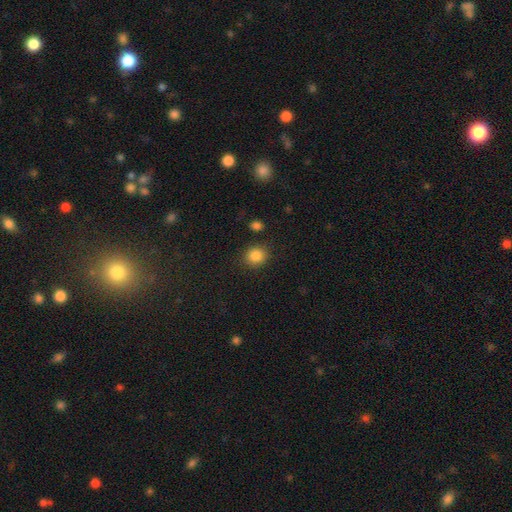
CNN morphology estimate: smooth-or-featured: smooth: 85% | star or artifact: 10% | featured or disk: 4%
  how-rounded: round: 78% | in between: 21% | cigar-shaped: 1%
  merging: none: 86% | minor disturbance: 9% | major disturbance: 3% | merger: 3%